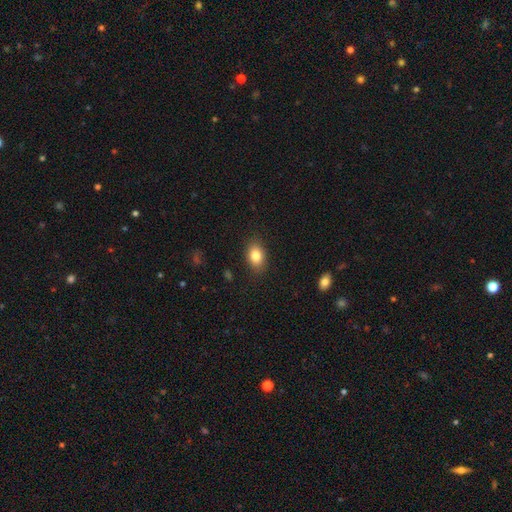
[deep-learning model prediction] smooth 84%, star or artifact 8%, featured or disk 8%. Down the decision tree: how rounded — in between (83%); merging — none (86%).